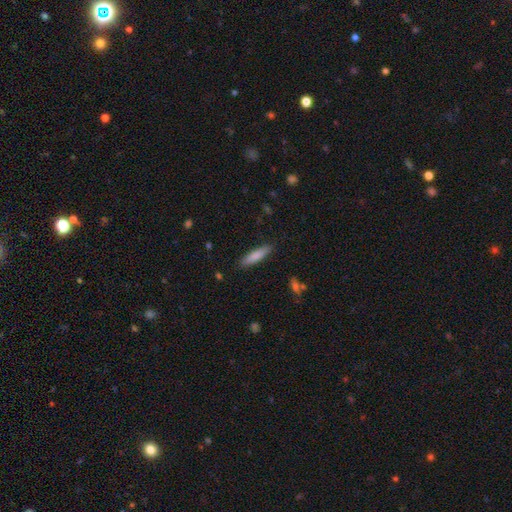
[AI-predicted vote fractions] Overall: smooth (79%). How rounded: cigar-shaped (80%). Merging: none (88%).